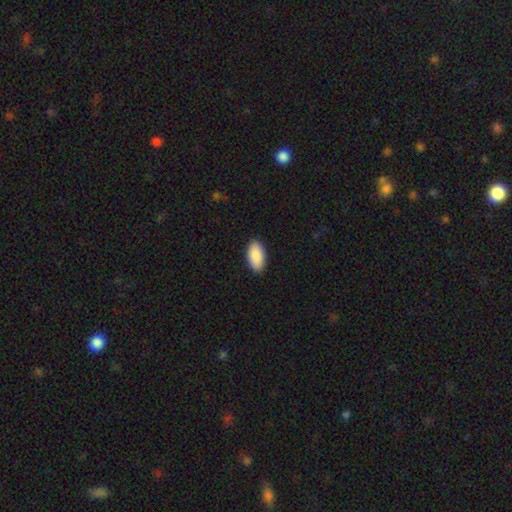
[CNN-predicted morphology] Q: Smooth or featured?
A: smooth (90%); runner-up: star or artifact (6%)
Q: How rounded?
A: in between (94%); runner-up: cigar-shaped (4%)
Q: Merging?
A: none (90%); runner-up: minor disturbance (7%)